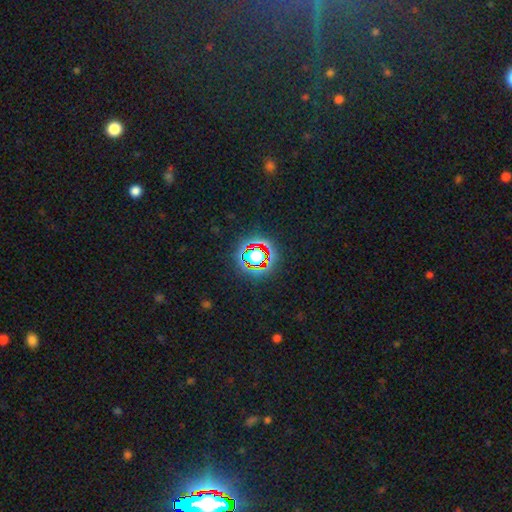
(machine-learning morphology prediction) smooth_or_featured: star or artifact (p=0.69) [alt: smooth p=0.20]